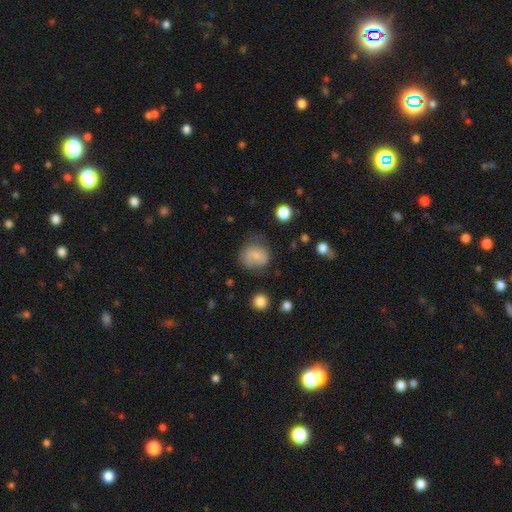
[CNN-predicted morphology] A smooth galaxy with no disk features (68%) that is round (72%).

Vote fractions:
- Smooth or featured? smooth: 68% / featured or disk: 22% / star or artifact: 10%
- How rounded? round: 72% / in between: 27% / cigar-shaped: 1%
- Merging? none: 55% / minor disturbance: 26% / major disturbance: 16% / merger: 3%